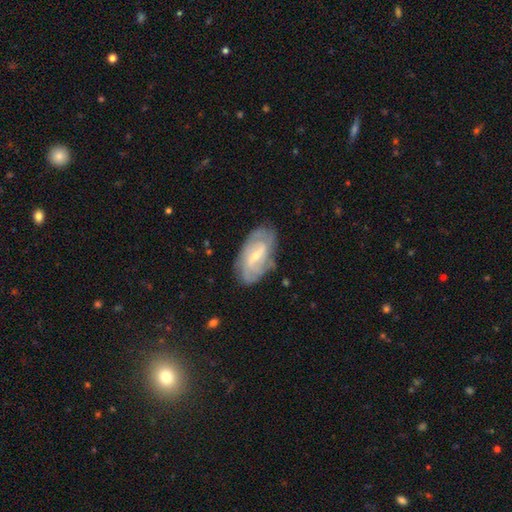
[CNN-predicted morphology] Smooth or featured?
  - featured or disk: 75% *
  - smooth: 19%
  - star or artifact: 6%
Edge-on disk?
  - no: 95% *
  - yes: 5%
Bar?
  - weak: 53% *
  - strong: 28%
  - no: 19%
Spiral arms?
  - yes: 87% *
  - no: 13%
Spiral winding?
  - tight: 45% *
  - medium: 38%
  - loose: 17%
Spiral arm count?
  - 2: 42% *
  - can't tell: 36%
  - 3: 11%
  - 4: 5%
  - 1: 3%
  - more than 4: 3%
Bulge size?
  - small: 61% *
  - moderate: 34%
  - none: 3%
  - large: 2%
  - dominant: 1%
Merging?
  - none: 73% *
  - minor disturbance: 19%
  - major disturbance: 6%
  - merger: 2%